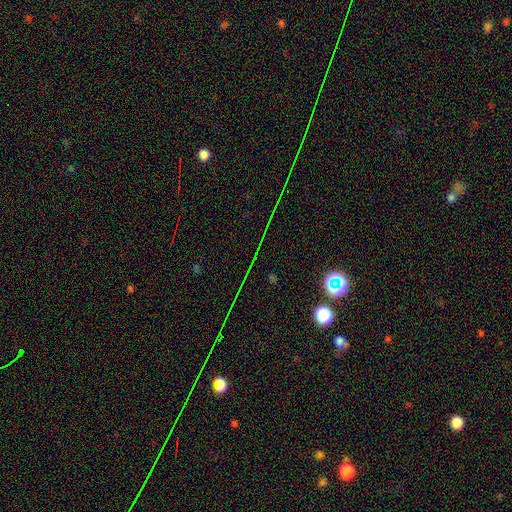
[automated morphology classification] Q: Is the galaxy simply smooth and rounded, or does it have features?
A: star or artifact — 77%.